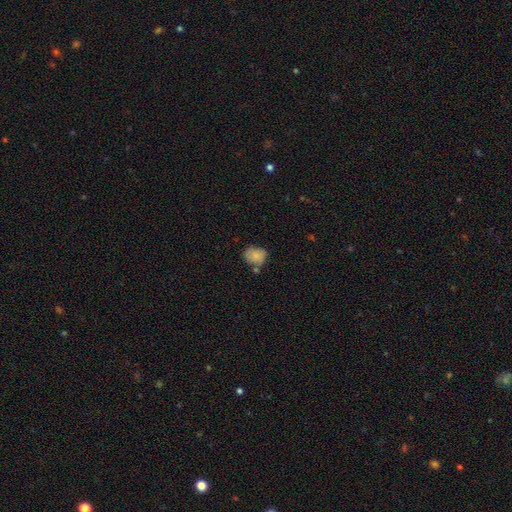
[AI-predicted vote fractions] This appears to be a smooth galaxy with no disk features (80%) that is in between round and cigar-shaped (51%). Merging: none (52%).